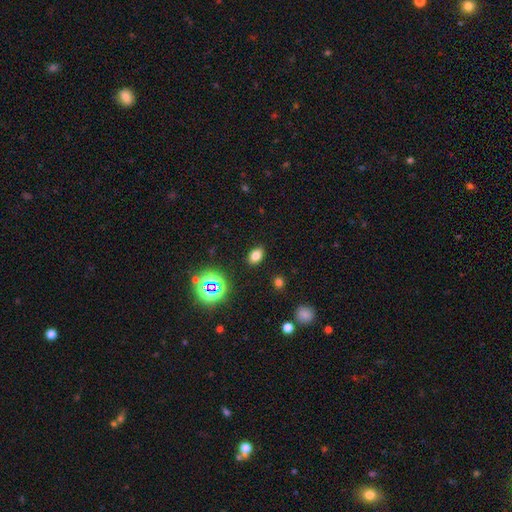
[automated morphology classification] smooth_or_featured: smooth (p=0.72) [alt: star or artifact p=0.19]
how_rounded: in between (p=0.83) [alt: round p=0.15]
merging: none (p=0.88) [alt: minor disturbance p=0.08]